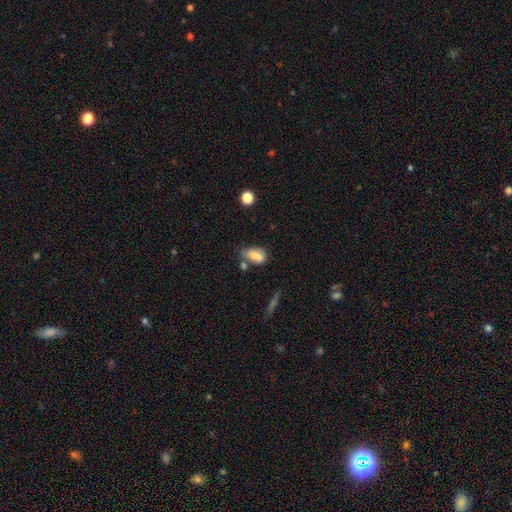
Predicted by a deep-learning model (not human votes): Smooth or featured: smooth — 76% (featured or disk — 15%)
How rounded: in between — 87% (round — 7%)
Merging: none — 45% (minor disturbance — 31%)